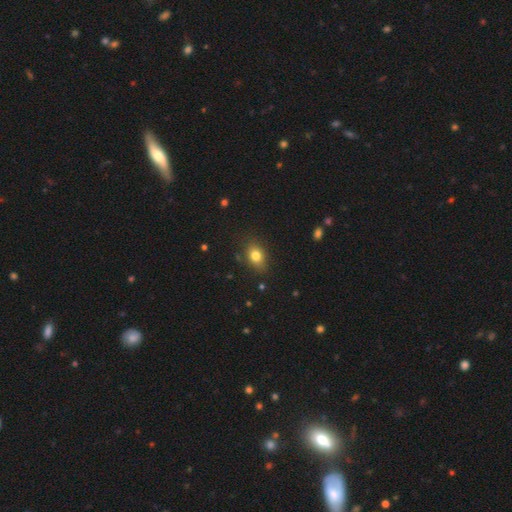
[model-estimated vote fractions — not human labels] smooth_or_featured: smooth (p=0.79) [alt: star or artifact p=0.11]
how_rounded: in between (p=0.66) [alt: round p=0.32]
merging: none (p=0.80) [alt: minor disturbance p=0.15]